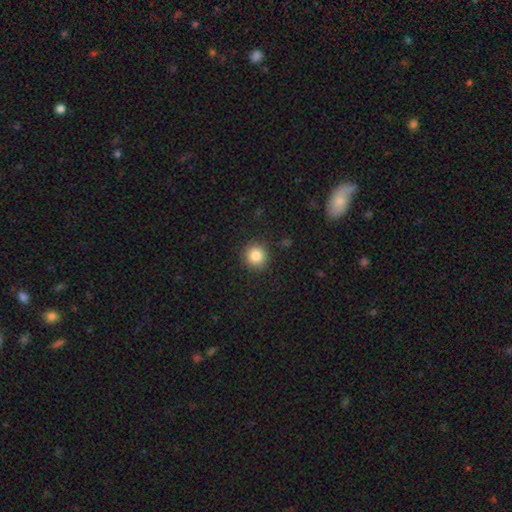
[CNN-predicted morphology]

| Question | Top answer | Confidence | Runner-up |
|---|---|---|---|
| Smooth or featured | smooth | 85% | star or artifact (10%) |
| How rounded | round | 92% | in between (7%) |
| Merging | none | 90% | minor disturbance (6%) |